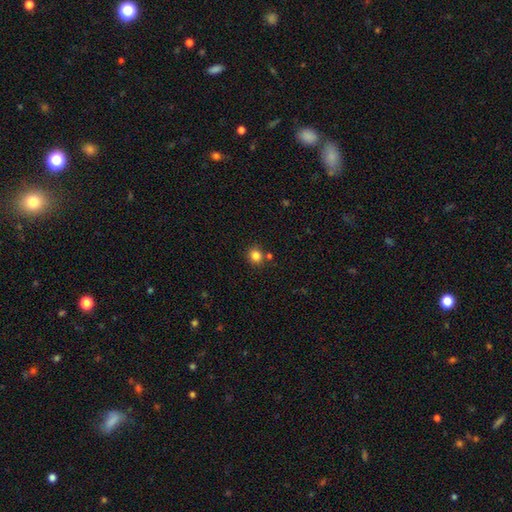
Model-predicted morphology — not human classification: Overall: smooth (83%). How rounded: round (87%). Merging: none (80%).